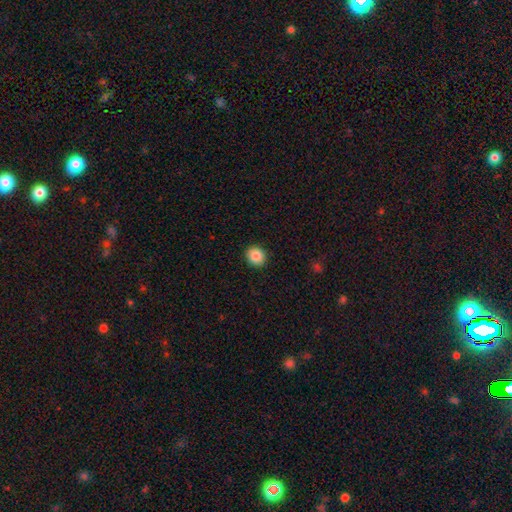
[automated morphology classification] Smooth or featured? Predicted: smooth (p=0.86). How rounded? Predicted: round (p=0.85). Merging? Predicted: none (p=0.92).